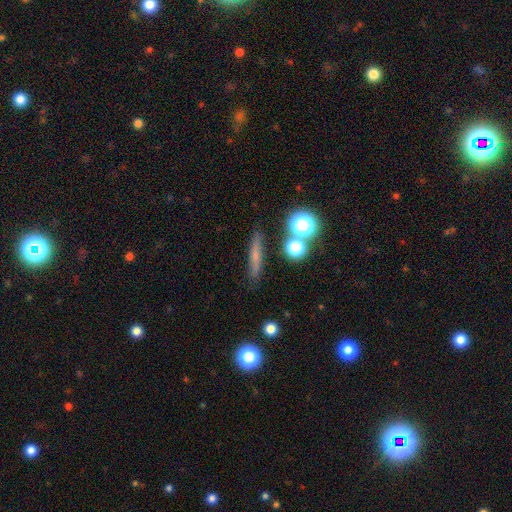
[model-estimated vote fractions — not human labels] The model was most divided on "smooth or featured": smooth: 56%, featured or disk: 30%, star or artifact: 14%. More confident: merging — none (82%); how rounded — cigar-shaped (75%).